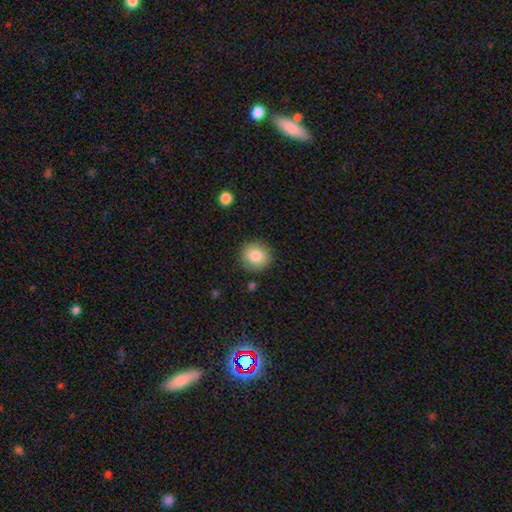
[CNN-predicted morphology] The model was most divided on "smooth or featured": smooth: 84%, star or artifact: 8%, featured or disk: 8%. More confident: how rounded — round (91%); merging — none (87%).